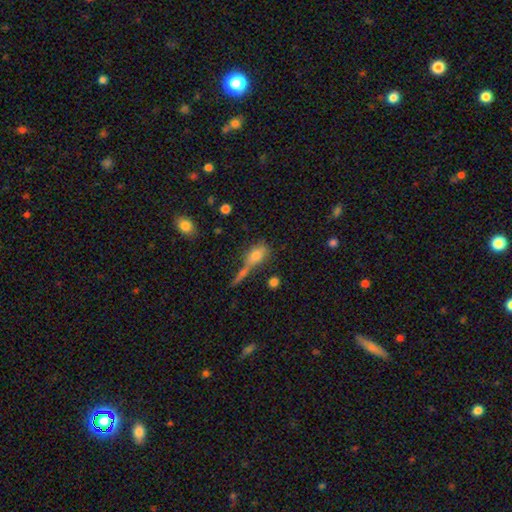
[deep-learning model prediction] smooth_or_featured: smooth (p=0.71) [alt: featured or disk p=0.18]
how_rounded: in between (p=0.69) [alt: round p=0.18]
merging: none (p=0.40) [alt: merger p=0.33]